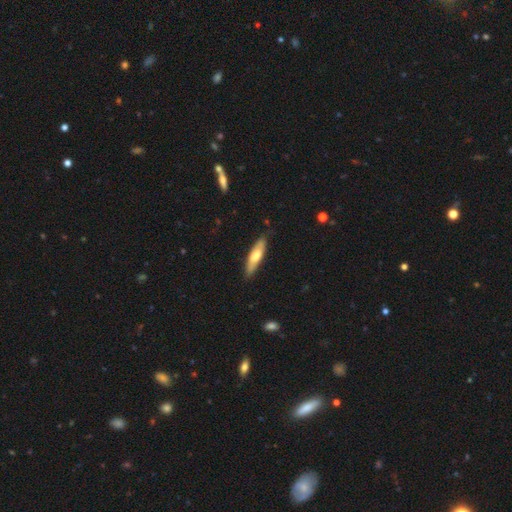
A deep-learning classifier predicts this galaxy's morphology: A smooth galaxy with no disk features (58%) that is cigar-shaped (70%).

Vote fractions:
- Smooth or featured? smooth: 58% / featured or disk: 36% / star or artifact: 5%
- How rounded? cigar-shaped: 70% / in between: 29% / round: 2%
- Merging? none: 81% / minor disturbance: 15% / major disturbance: 3% / merger: 1%